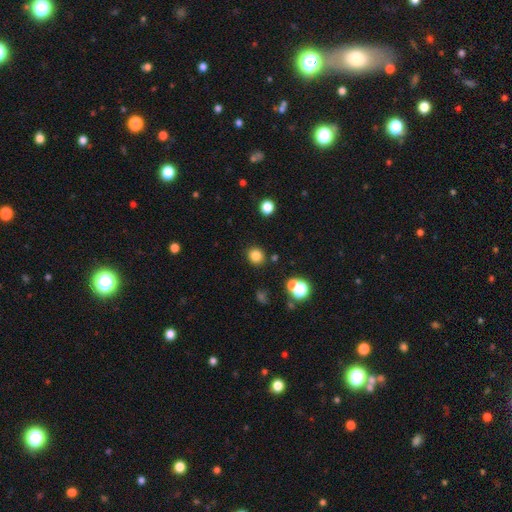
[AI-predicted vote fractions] smooth-or-featured: smooth: 81% | star or artifact: 13% | featured or disk: 6%
  how-rounded: round: 86% | in between: 13% | cigar-shaped: 1%
  merging: none: 86% | minor disturbance: 7% | merger: 4% | major disturbance: 3%